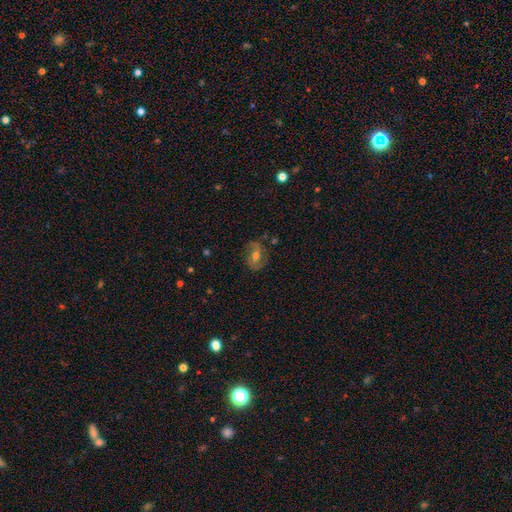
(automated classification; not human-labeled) A featured or disk galaxy (59%) with a weak bar (41%), spiral arms (78%) and a moderate central bulge (69%). Merging: none (73%).